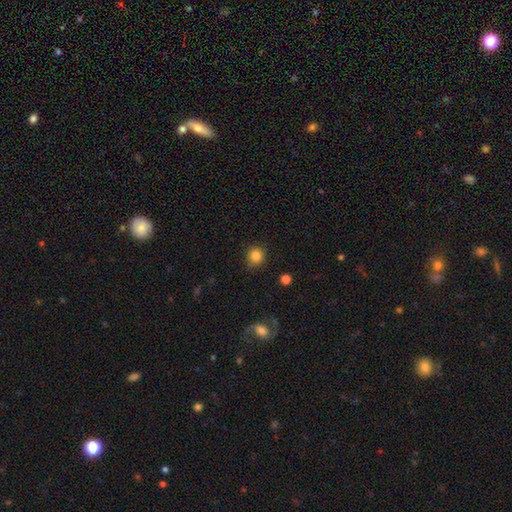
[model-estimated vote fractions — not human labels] Smooth or featured?
  - smooth: 84% *
  - star or artifact: 11%
  - featured or disk: 5%
How rounded?
  - round: 90% *
  - in between: 9%
  - cigar-shaped: 1%
Merging?
  - none: 81% *
  - minor disturbance: 14%
  - major disturbance: 3%
  - merger: 2%